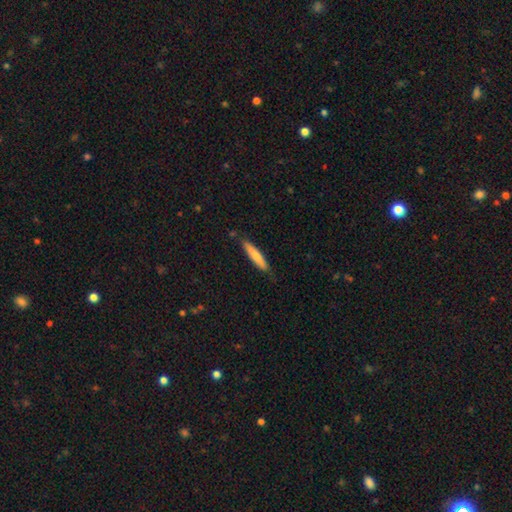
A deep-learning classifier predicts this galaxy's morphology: Smooth or featured?
  - smooth: 71% *
  - featured or disk: 24%
  - star or artifact: 5%
How rounded?
  - cigar-shaped: 87% *
  - in between: 11%
  - round: 1%
Merging?
  - none: 82% *
  - minor disturbance: 14%
  - major disturbance: 2%
  - merger: 2%